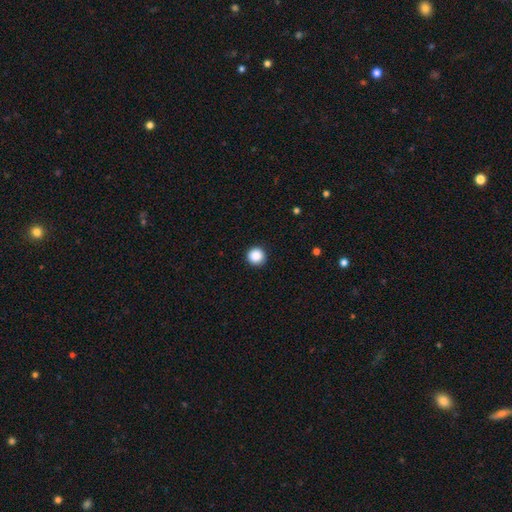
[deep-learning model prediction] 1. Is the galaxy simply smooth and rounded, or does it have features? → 88% smooth, 10% star or artifact, 2% featured or disk.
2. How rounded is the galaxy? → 96% round, 3% in between, 1% cigar-shaped.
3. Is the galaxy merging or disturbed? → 92% none, 5% minor disturbance, 2% major disturbance, 1% merger.